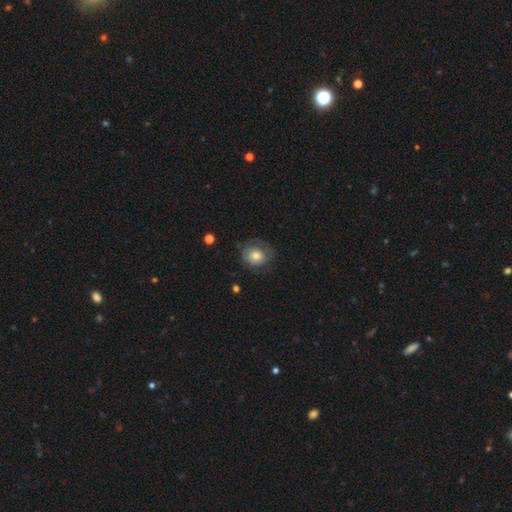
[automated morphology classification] smooth-or-featured: smooth: 65% | featured or disk: 27% | star or artifact: 8%
  how-rounded: round: 73% | in between: 26% | cigar-shaped: 1%
  merging: none: 57% | minor disturbance: 25% | major disturbance: 17% | merger: 1%